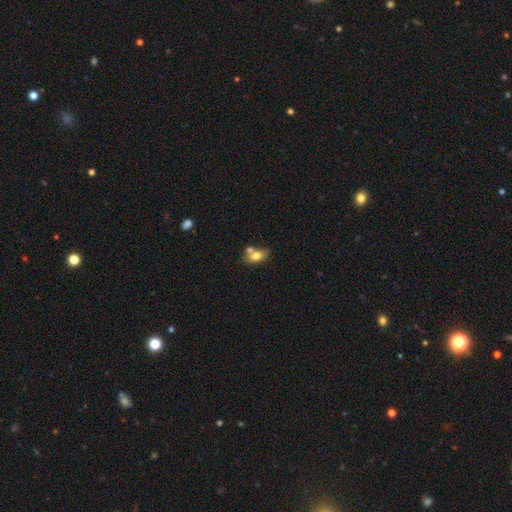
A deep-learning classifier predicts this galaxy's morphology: smooth 73%, featured or disk 18%, star or artifact 9%. Down the decision tree: how rounded — in between (81%); merging — none (45%).